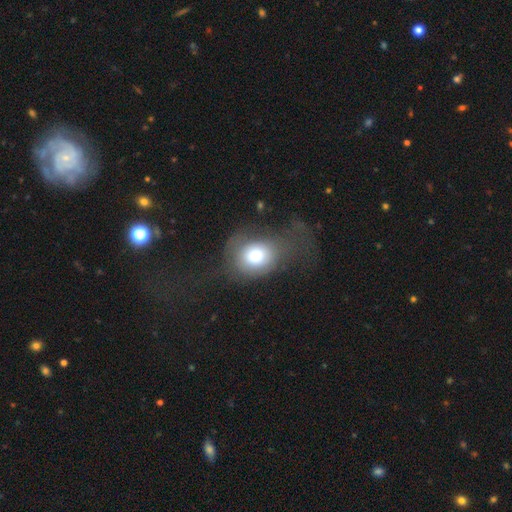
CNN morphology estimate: This is likely a smooth galaxy (70%). How rounded: likely round (61%). Merging: marginally major disturbance (39%).